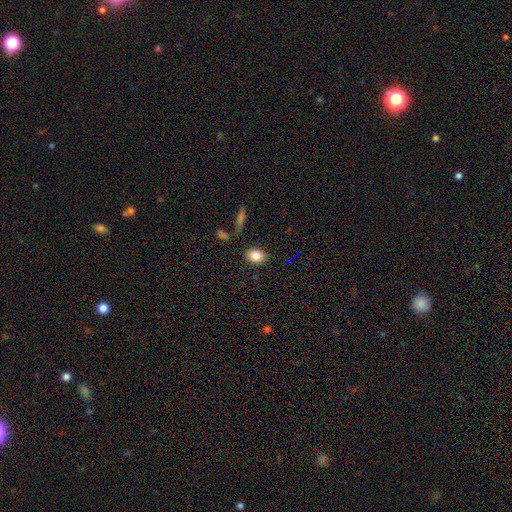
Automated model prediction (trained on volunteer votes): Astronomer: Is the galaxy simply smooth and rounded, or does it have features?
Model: smooth — 85%.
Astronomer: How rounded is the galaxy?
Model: in between — 61% (runner-up: round, 37%).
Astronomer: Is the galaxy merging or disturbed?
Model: none — 83%.